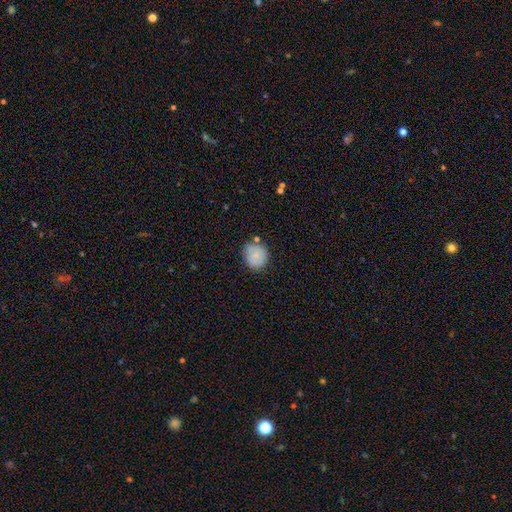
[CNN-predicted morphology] Q: Smooth or featured?
A: smooth (79%); runner-up: featured or disk (12%)
Q: How rounded?
A: round (78%); runner-up: in between (21%)
Q: Merging?
A: none (64%); runner-up: minor disturbance (24%)